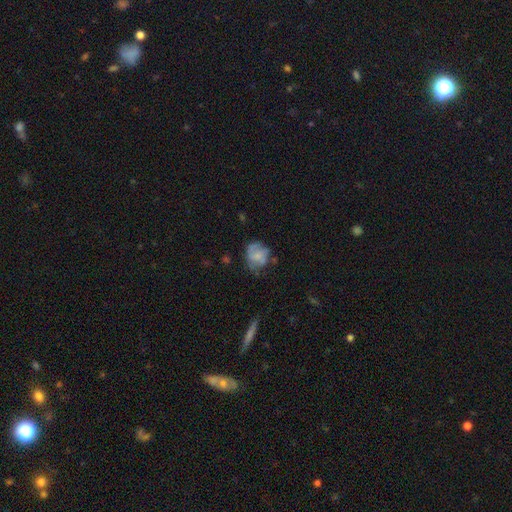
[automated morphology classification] smooth_or_featured: smooth (p=0.54) [alt: featured or disk p=0.37]
how_rounded: round (p=0.66) [alt: in between p=0.33]
merging: none (p=0.53) [alt: minor disturbance p=0.28]